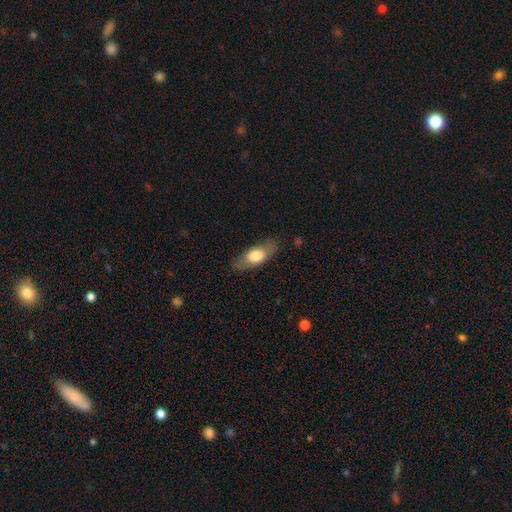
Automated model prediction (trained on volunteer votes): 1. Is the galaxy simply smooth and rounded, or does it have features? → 65% smooth, 29% featured or disk, 6% star or artifact.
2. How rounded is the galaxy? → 76% in between, 20% cigar-shaped, 4% round.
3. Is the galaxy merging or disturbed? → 78% none, 15% minor disturbance, 5% major disturbance, 1% merger.